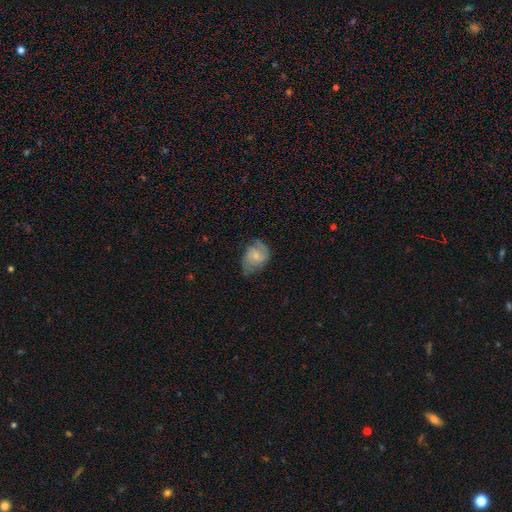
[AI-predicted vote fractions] Smooth or featured: featured or disk — 53% (smooth — 40%)
Edge-on disk: no — 97% (yes — 3%)
Bar: no — 58% (weak — 36%)
Spiral arms: yes — 87% (no — 13%)
Bulge size: small — 54% (moderate — 31%)
Merging: none — 50% (minor disturbance — 33%)